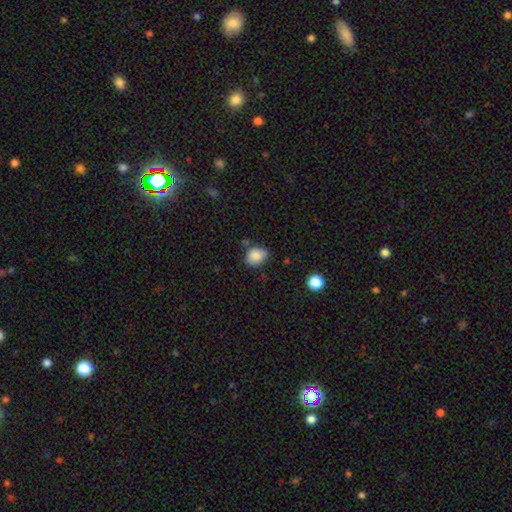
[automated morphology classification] This is clearly a smooth galaxy (86%). How rounded: possibly in between (58%). Merging: likely none (67%).